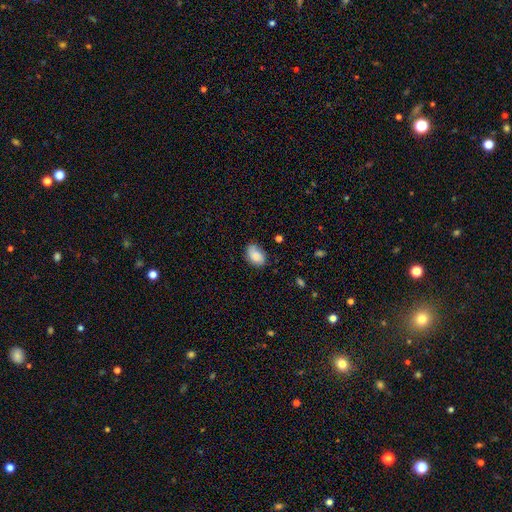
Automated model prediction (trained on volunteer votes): This is clearly a smooth galaxy (83%). How rounded: clearly in between (85%). Merging: likely none (72%).